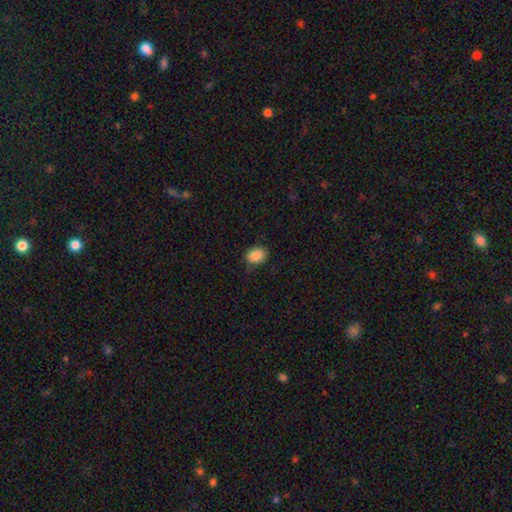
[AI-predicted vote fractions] This appears to be a smooth galaxy with no disk features (86%) that is in between round and cigar-shaped (64%). Merging: none (80%).